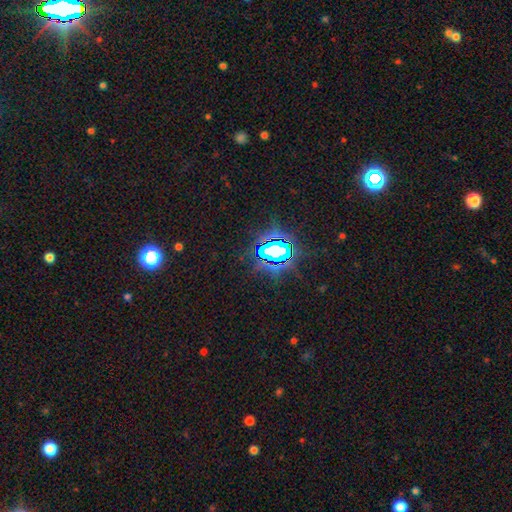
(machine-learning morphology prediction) Smooth or featured?
  - star or artifact: 83% *
  - smooth: 11%
  - featured or disk: 6%